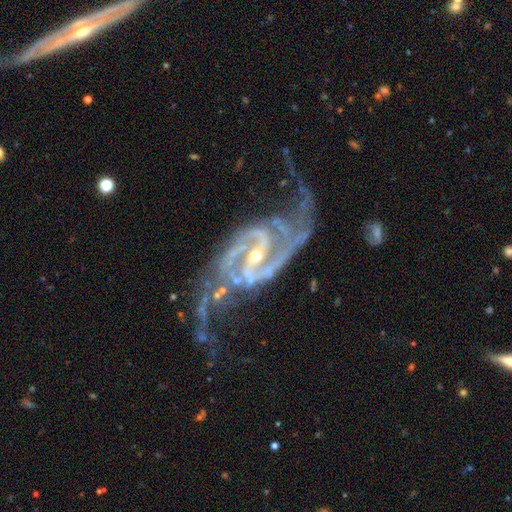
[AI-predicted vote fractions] A featured or disk galaxy (94%) with a strong bar (40%), 2 (79%) medium (51%) spiral arms (99%) and a small central bulge (65%). Merging: none (53%).